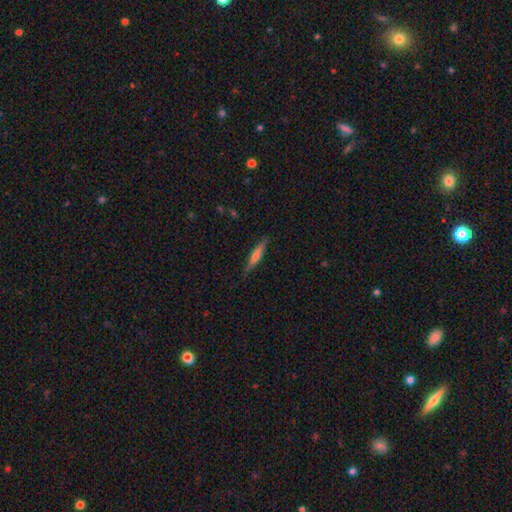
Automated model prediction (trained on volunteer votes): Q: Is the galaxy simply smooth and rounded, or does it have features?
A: featured or disk — 47%.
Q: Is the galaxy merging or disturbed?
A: none — 87%.